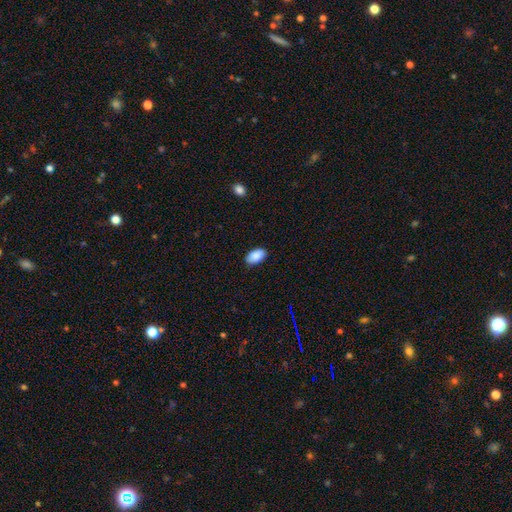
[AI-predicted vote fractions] smooth-or-featured: smooth: 89% | star or artifact: 6% | featured or disk: 5%
  how-rounded: in between: 95% | round: 4% | cigar-shaped: 2%
  merging: none: 87% | minor disturbance: 10% | major disturbance: 2% | merger: 1%